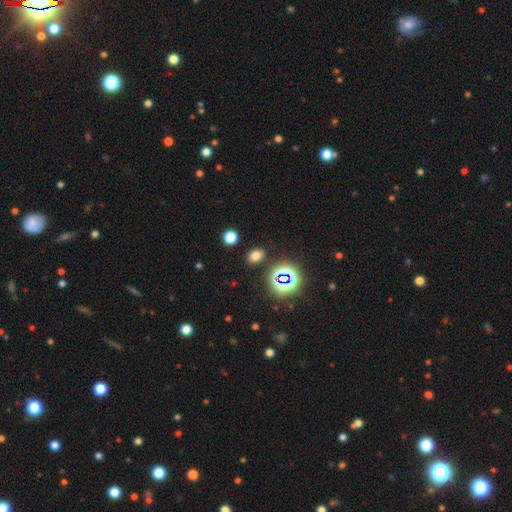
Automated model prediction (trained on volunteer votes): A smooth galaxy with no disk features (69%) that is in between round and cigar-shaped (67%). Merging: none (86%).